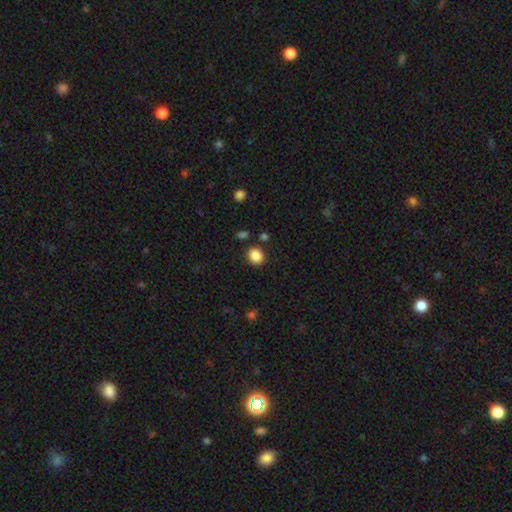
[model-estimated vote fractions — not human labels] A smooth galaxy with no disk features (87%) that is round (72%). Merging: none (86%).